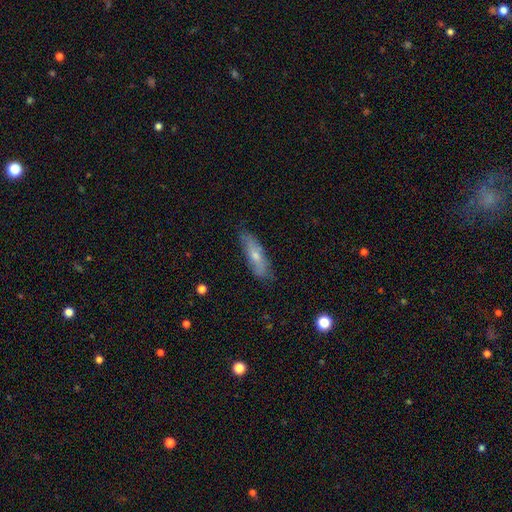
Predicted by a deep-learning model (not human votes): Overall: smooth (59%; featured or disk 35%). How rounded: cigar-shaped (55%; in between 42%). Merging: none (73%).